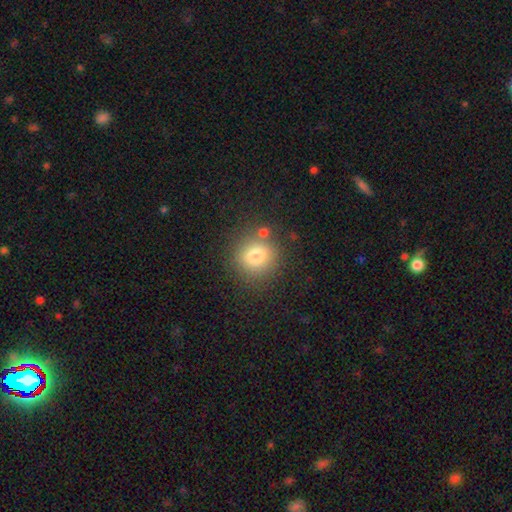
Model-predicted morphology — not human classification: Q: Smooth or featured?
A: smooth (79%); runner-up: star or artifact (12%)
Q: How rounded?
A: round (85%); runner-up: in between (14%)
Q: Merging?
A: none (77%); runner-up: minor disturbance (11%)